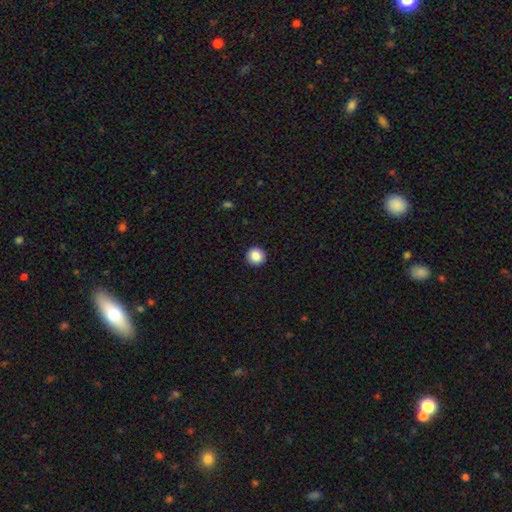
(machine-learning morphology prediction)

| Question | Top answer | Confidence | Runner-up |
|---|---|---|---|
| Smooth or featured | smooth | 87% | star or artifact (9%) |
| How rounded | round | 95% | in between (4%) |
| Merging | none | 93% | minor disturbance (4%) |